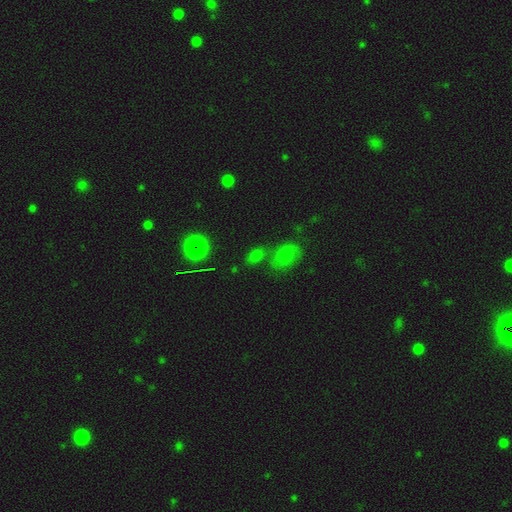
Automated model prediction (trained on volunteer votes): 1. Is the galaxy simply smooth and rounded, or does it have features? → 60% smooth, 30% star or artifact, 9% featured or disk.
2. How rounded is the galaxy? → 71% in between, 24% round, 5% cigar-shaped.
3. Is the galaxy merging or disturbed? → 54% none, 25% merger, 14% minor disturbance, 7% major disturbance.